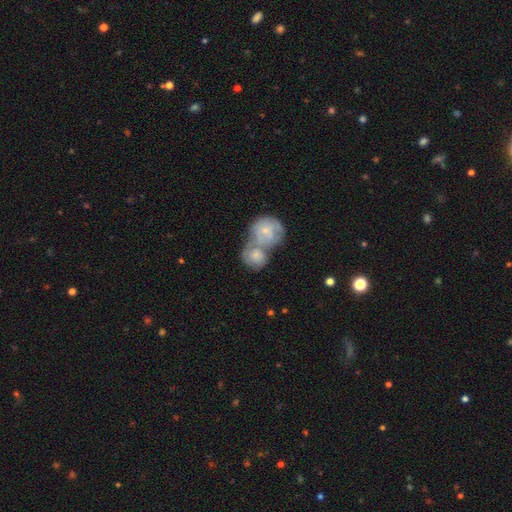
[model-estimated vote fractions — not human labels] The model was most divided on "smooth or featured": smooth: 61%, featured or disk: 32%, star or artifact: 7%. More confident: how rounded — round (78%); merging — merger (74%).